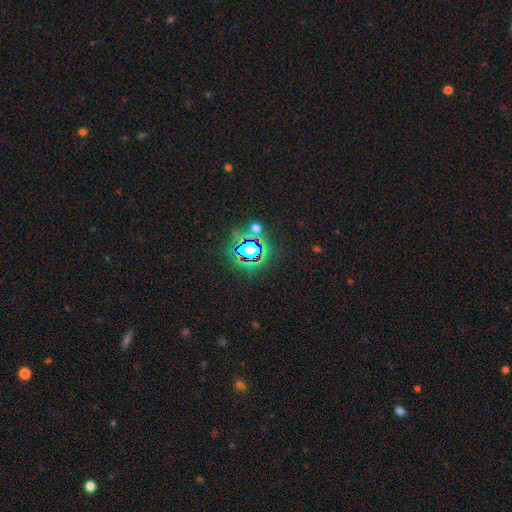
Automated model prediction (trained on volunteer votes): A star or artifact, not a galaxy (81%).